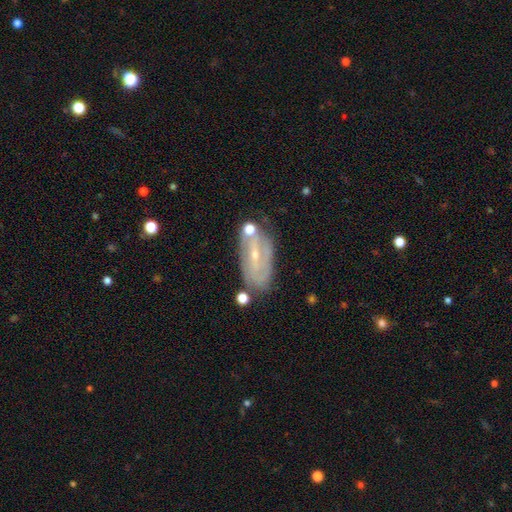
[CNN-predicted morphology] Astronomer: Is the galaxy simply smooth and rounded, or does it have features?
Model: featured or disk — 74%.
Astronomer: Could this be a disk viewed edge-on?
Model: no — 89%.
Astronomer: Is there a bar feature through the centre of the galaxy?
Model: weak — 40% (runner-up: strong, 32%).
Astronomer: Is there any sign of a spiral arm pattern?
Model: yes — 75%.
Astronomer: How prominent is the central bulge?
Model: small — 72%.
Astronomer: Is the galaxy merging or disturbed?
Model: none — 62%.